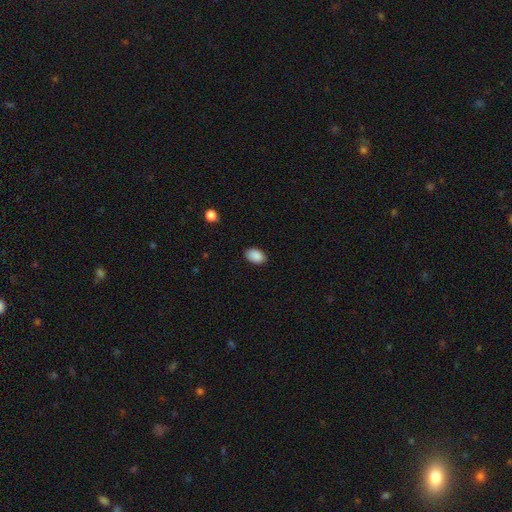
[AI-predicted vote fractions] This is clearly a smooth galaxy (90%). How rounded: clearly in between (88%). Merging: clearly none (87%).